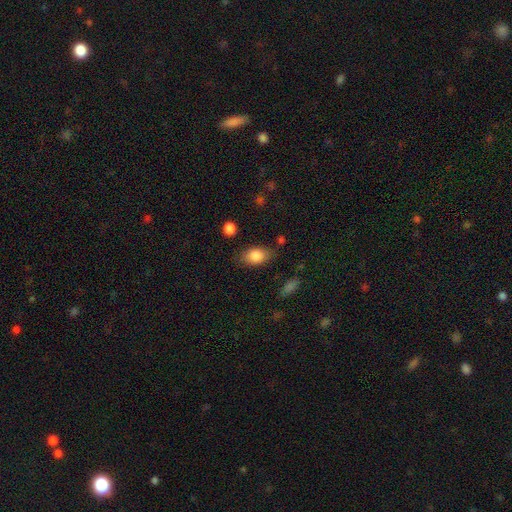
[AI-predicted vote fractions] A smooth galaxy with no disk features (84%) that is in between round and cigar-shaped (85%).

Vote fractions:
- Smooth or featured? smooth: 84% / featured or disk: 8% / star or artifact: 8%
- How rounded? in between: 85% / round: 13% / cigar-shaped: 2%
- Merging? none: 75% / minor disturbance: 17% / major disturbance: 5% / merger: 3%